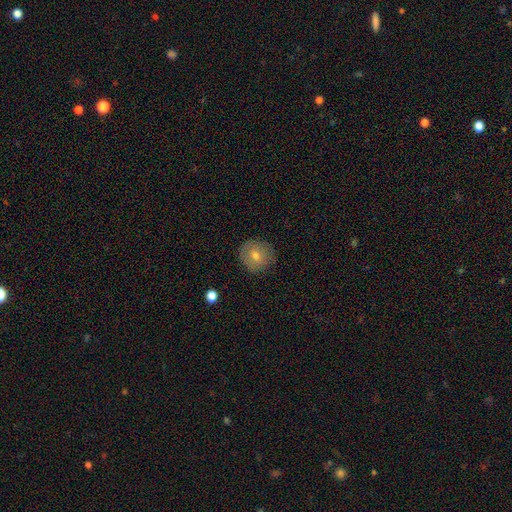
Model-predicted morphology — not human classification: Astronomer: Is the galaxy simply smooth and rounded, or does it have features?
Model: smooth — 65%.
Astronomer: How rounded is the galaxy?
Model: round — 93%.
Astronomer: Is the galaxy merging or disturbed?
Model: none — 87%.